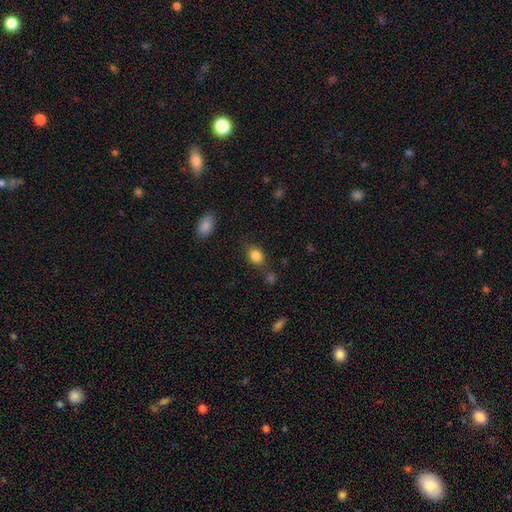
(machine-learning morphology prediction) smooth_or_featured: smooth (p=0.84) [alt: star or artifact p=0.10]
how_rounded: in between (p=0.64) [alt: round p=0.34]
merging: none (p=0.73) [alt: minor disturbance p=0.15]